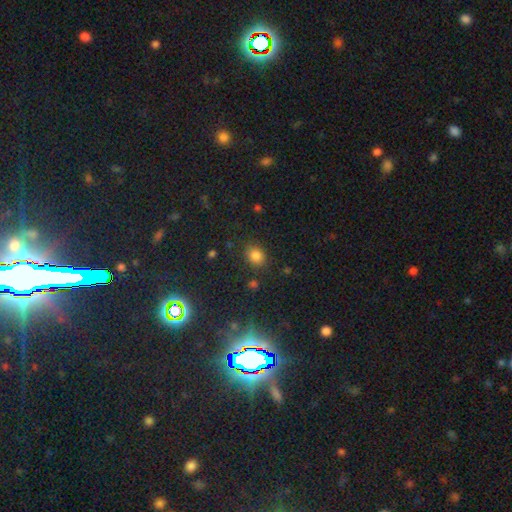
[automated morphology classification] smooth-or-featured: smooth: 79% | star or artifact: 15% | featured or disk: 6%
  how-rounded: round: 52% | in between: 47% | cigar-shaped: 1%
  merging: none: 82% | minor disturbance: 12% | major disturbance: 4% | merger: 3%